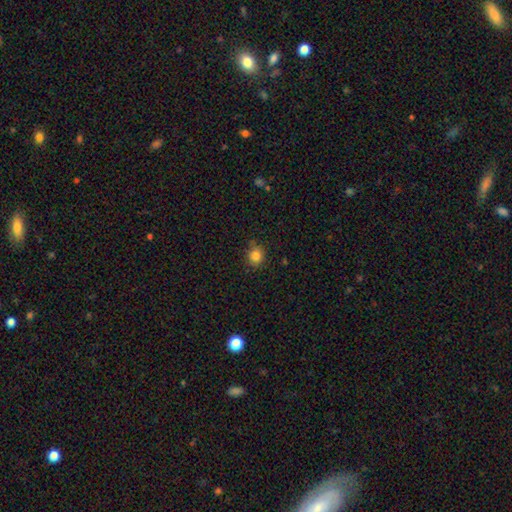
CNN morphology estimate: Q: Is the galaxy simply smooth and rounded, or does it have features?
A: smooth — 84%.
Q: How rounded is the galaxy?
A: round — 85%.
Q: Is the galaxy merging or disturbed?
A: none — 80%.